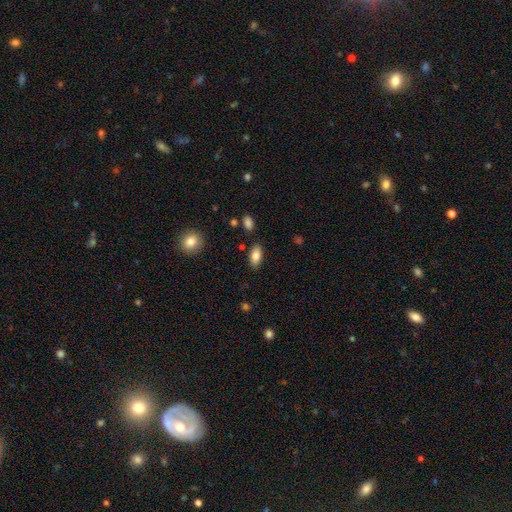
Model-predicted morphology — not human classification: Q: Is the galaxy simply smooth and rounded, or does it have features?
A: smooth — 84%.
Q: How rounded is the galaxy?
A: in between — 91%.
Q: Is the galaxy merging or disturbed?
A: none — 84%.